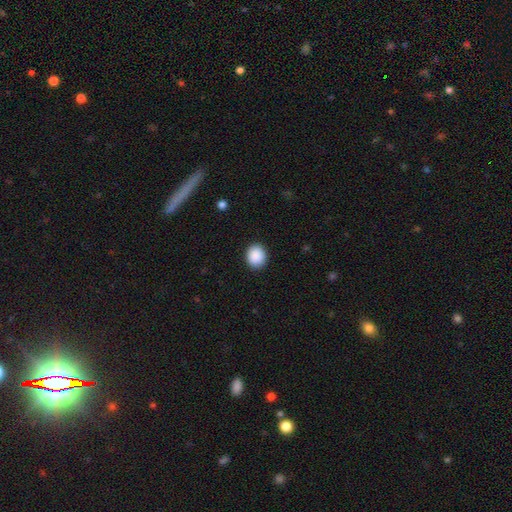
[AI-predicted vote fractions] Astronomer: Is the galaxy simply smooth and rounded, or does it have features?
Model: smooth — 90%.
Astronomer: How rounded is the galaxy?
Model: round — 71%.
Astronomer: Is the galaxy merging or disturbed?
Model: none — 90%.